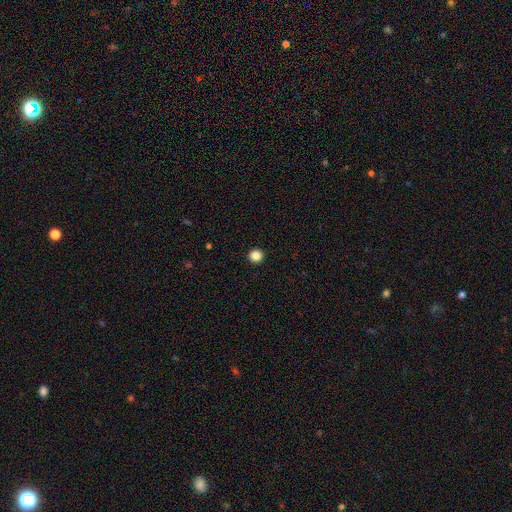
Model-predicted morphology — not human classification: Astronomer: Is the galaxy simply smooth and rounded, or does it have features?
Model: smooth — 86%.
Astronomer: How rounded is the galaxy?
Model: round — 95%.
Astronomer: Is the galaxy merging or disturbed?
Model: none — 94%.